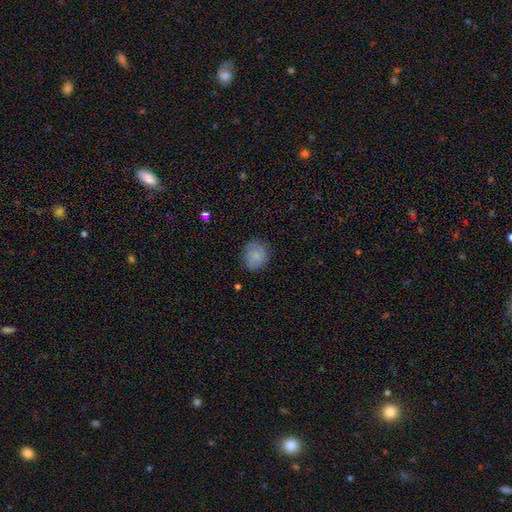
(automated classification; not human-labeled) This appears to be a smooth galaxy with no disk features (81%) that is round (76%). Merging: none (81%).